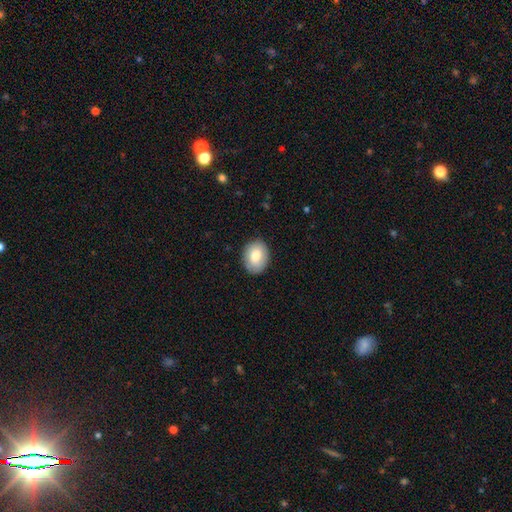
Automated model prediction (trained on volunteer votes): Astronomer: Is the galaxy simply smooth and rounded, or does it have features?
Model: smooth — 80%.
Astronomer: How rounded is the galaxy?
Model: in between — 65%.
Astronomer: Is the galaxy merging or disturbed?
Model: none — 86%.